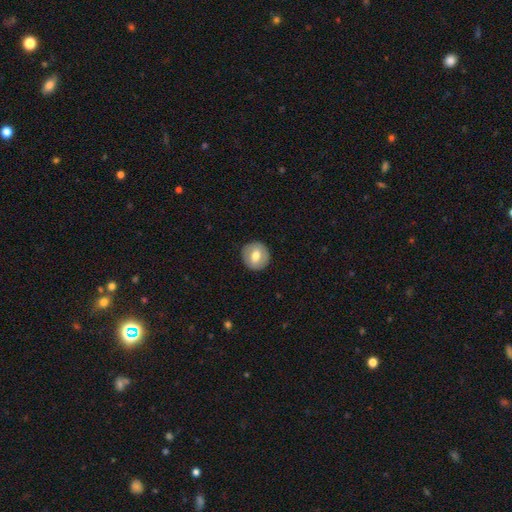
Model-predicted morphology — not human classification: type=smooth (61%); roundness=round (89%); merging=none (89%).